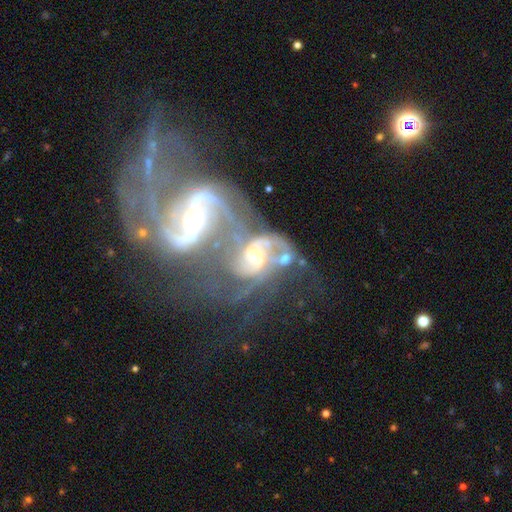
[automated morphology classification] Smooth or featured? Predicted: featured or disk (p=0.84). Edge-on disk? Predicted: no (p=0.97). Bar? Predicted: no (p=0.44). Spiral arms? Predicted: yes (p=0.92). Spiral winding? Predicted: medium (p=0.45). Spiral arm count? Predicted: 2 (p=0.55). Bulge size? Predicted: moderate (p=0.51). Merging? Predicted: merger (p=0.75).